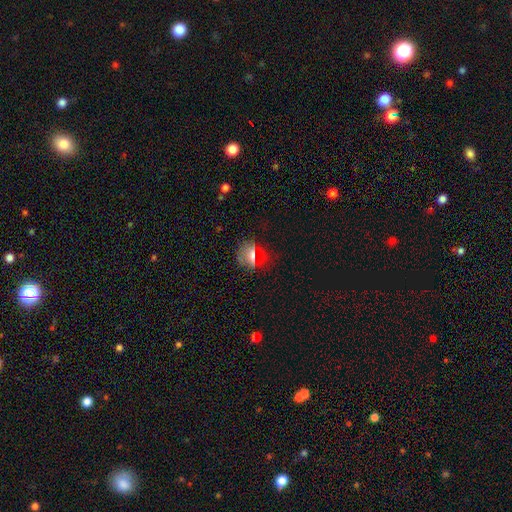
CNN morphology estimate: This is possibly a smooth galaxy (58%). How rounded: likely round (74%). Merging: clearly none (85%).